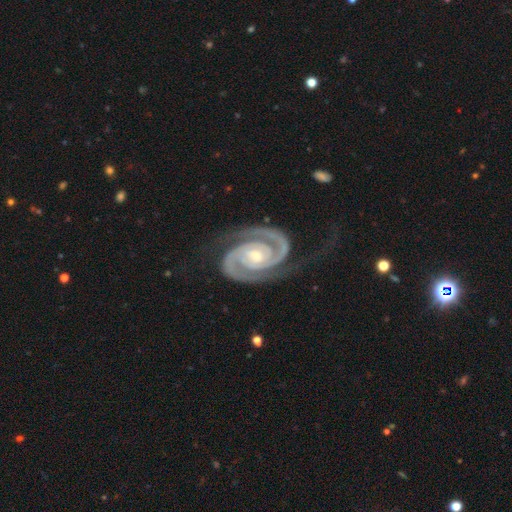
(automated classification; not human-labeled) This is clearly a featured or disk galaxy (95%). It is clearly not viewed edge-on (98%). Bar: possibly no (55%). Spiral arm pattern: clearly yes (99%). Spiral arm count: clearly 2 (94%). Spiral winding: likely tight (67%). Central bulge: possibly moderate (53%). Merging: likely none (76%).